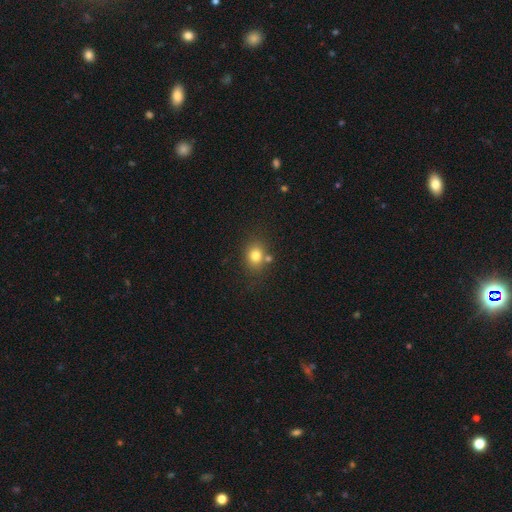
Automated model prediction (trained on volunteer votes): Morphology: type=smooth (79%); roundness=round (59%); merging=none (70%).